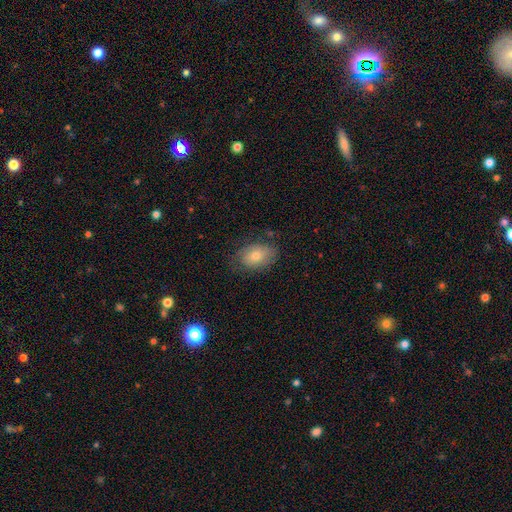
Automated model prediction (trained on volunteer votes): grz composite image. It shows a smooth galaxy with no disk features (68%) that is in between round and cigar-shaped (82%). Merging: none (73%).